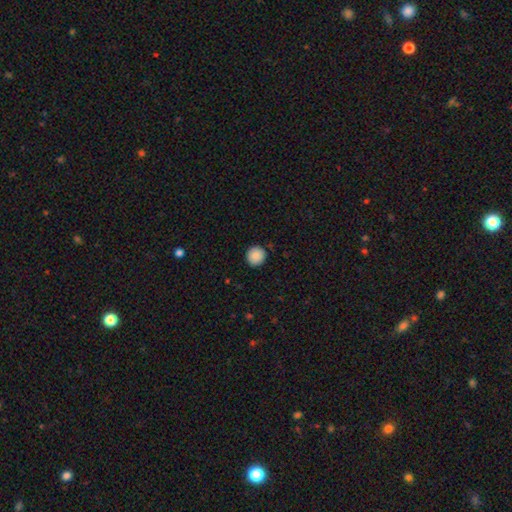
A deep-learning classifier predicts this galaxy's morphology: The model was most divided on "smooth or featured": smooth: 88%, star or artifact: 8%, featured or disk: 3%. More confident: how rounded — round (94%); merging — none (91%).